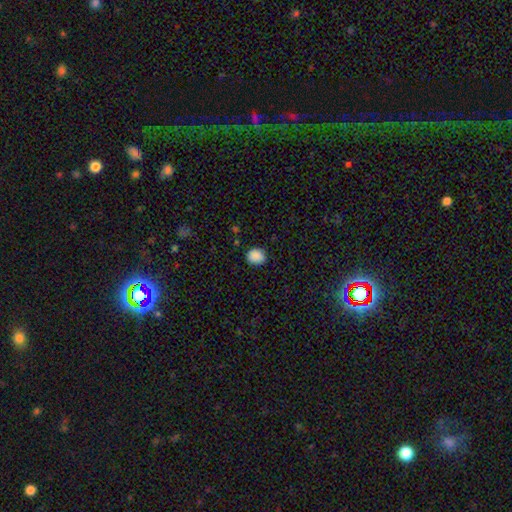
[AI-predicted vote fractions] Overall: smooth (88%). How rounded: round (72%). Merging: none (85%).